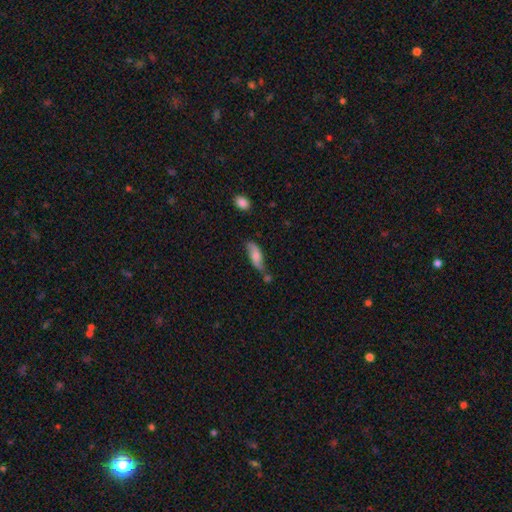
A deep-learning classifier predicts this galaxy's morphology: Smooth or featured: smooth — 61% (featured or disk — 32%)
How rounded: in between — 65% (cigar-shaped — 32%)
Merging: none — 51% (minor disturbance — 27%)